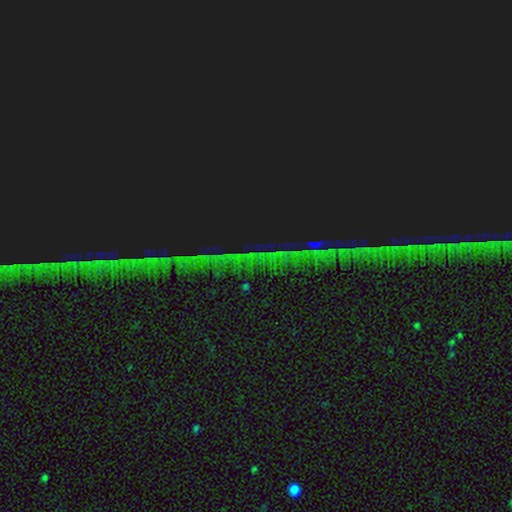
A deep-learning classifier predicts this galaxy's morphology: The model was most divided on "smooth or featured": star or artifact: 84%, smooth: 8%, featured or disk: 8%.